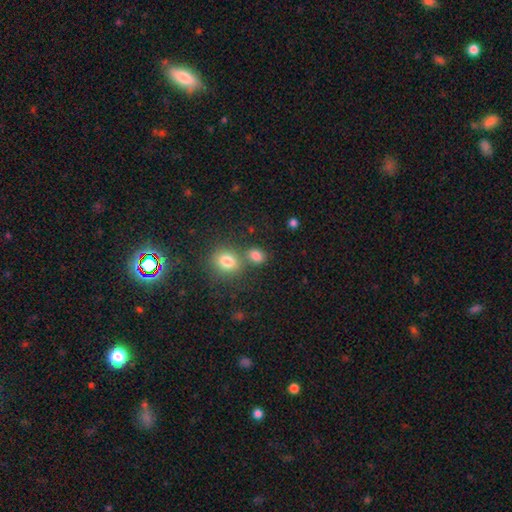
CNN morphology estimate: This is clearly a smooth galaxy (80%). How rounded: possibly in between (54%). Merging: possibly none (58%).